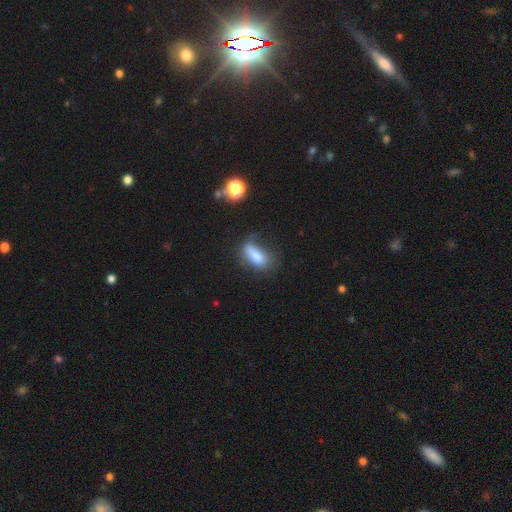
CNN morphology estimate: Smooth or featured? smooth (75%)
How rounded? in between (78%)
Merging? none (40%)